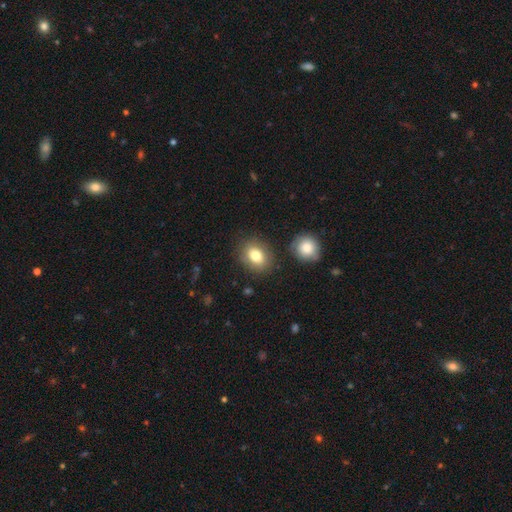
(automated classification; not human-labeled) A smooth galaxy with no disk features (80%) that is in between round and cigar-shaped (58%). Merging: none (81%).